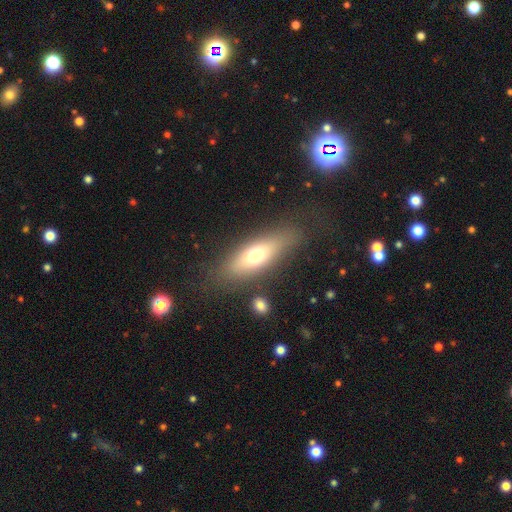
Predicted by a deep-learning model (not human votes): Overall: smooth (63%; featured or disk 29%). How rounded: in between (55%; cigar-shaped 41%). Merging: none (77%).